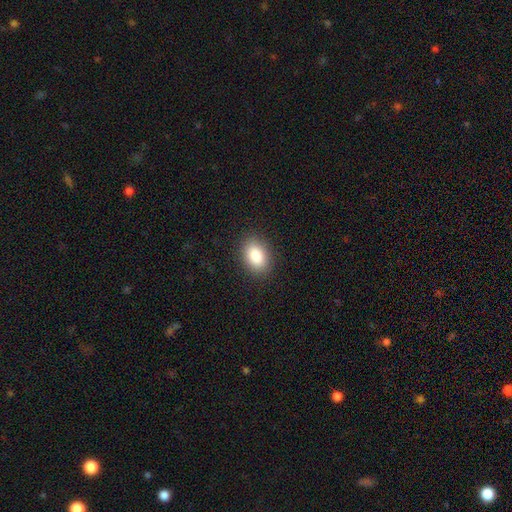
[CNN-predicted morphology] The model was most divided on "how rounded": in between: 84%, round: 15%, cigar-shaped: 1%. More confident: merging — none (88%); smooth or featured — smooth (87%).